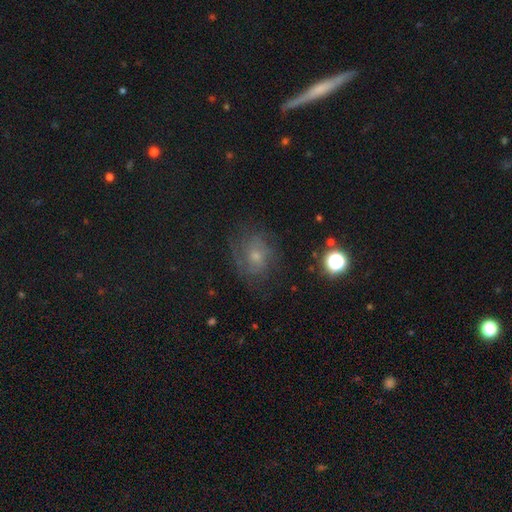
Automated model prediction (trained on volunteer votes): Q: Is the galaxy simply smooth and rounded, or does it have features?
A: featured or disk — 51%.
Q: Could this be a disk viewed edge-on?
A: no — 96%.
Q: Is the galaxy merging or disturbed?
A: none — 68%.